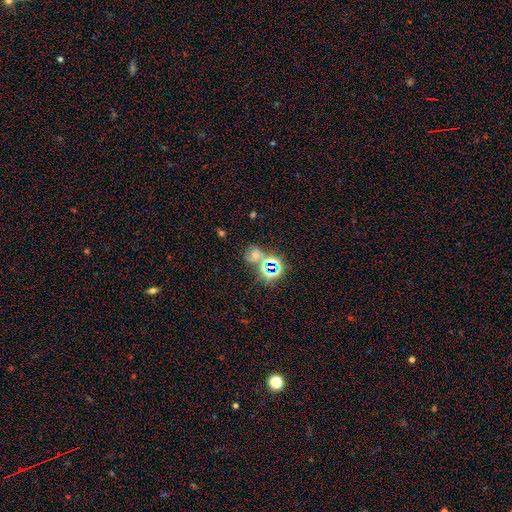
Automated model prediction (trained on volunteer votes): Smooth or featured? Predicted: star or artifact (p=0.50).